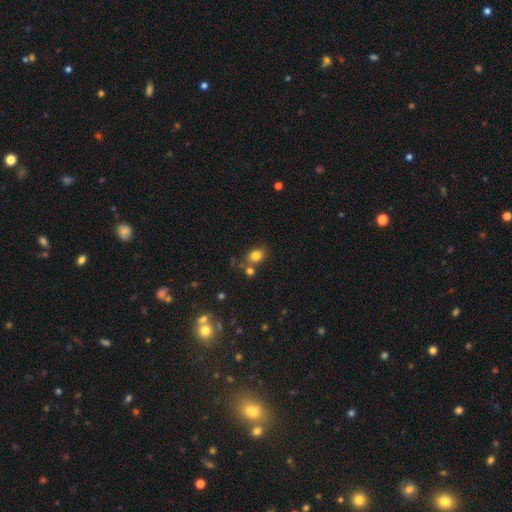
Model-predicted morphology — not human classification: This appears to be a smooth galaxy with no disk features (80%) that is in between round and cigar-shaped (53%). Merging: none (66%).